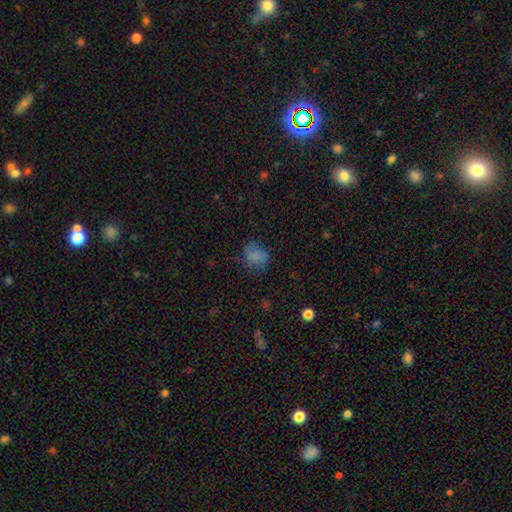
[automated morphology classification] Smooth or featured: smooth — 71% (star or artifact — 16%)
How rounded: round — 59% (in between — 40%)
Merging: none — 60% (minor disturbance — 24%)